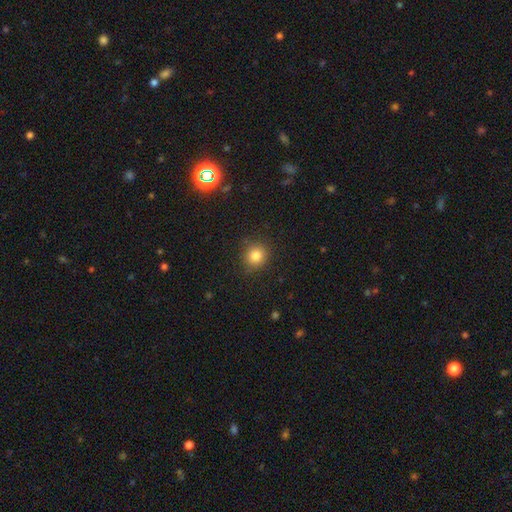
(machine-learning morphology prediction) A smooth galaxy with no disk features (83%) that is round (88%). Merging: none (87%).